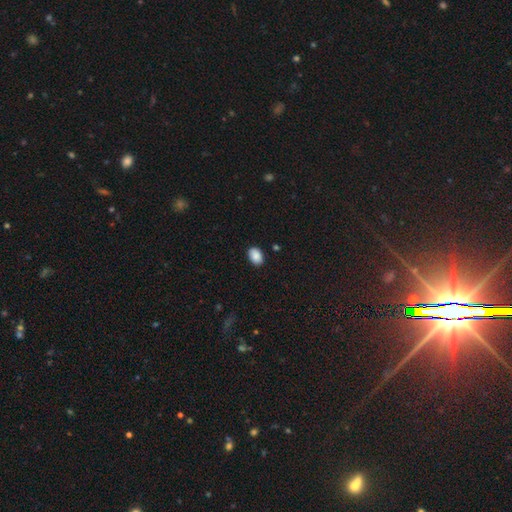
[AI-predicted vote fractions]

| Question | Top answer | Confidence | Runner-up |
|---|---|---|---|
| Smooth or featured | smooth | 89% | star or artifact (8%) |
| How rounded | in between | 83% | round (16%) |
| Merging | none | 86% | minor disturbance (11%) |